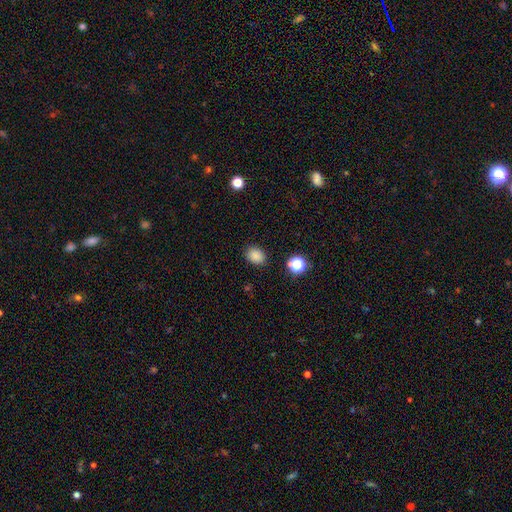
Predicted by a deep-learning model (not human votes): smooth_or_featured: smooth (p=0.84) [alt: star or artifact p=0.12]
how_rounded: in between (p=0.60) [alt: round p=0.39]
merging: none (p=0.85) [alt: minor disturbance p=0.10]